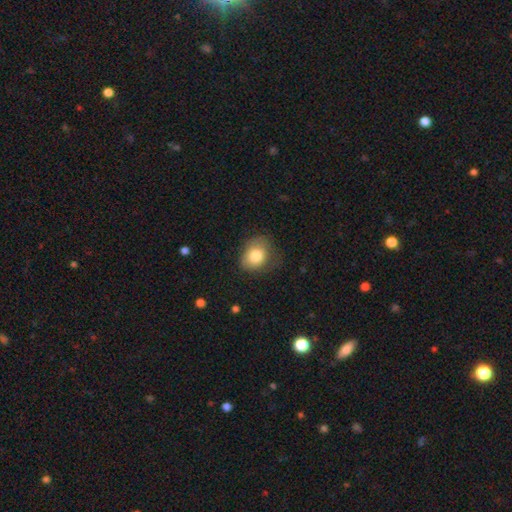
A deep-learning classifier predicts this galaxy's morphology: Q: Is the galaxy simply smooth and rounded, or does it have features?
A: smooth — 78%.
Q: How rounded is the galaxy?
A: in between — 54%.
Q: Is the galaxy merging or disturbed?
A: none — 57%.